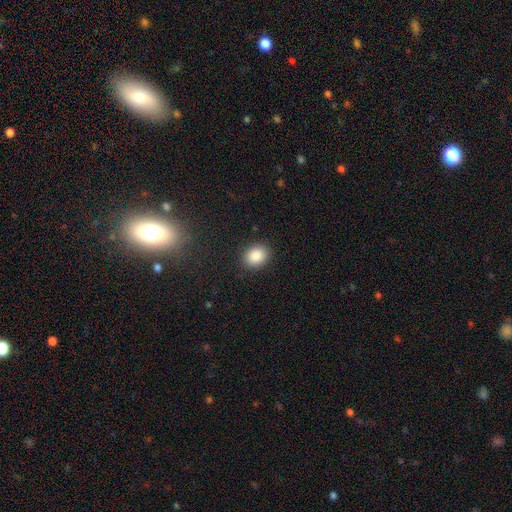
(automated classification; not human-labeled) Smooth or featured?
  - smooth: 87% *
  - star or artifact: 9%
  - featured or disk: 4%
How rounded?
  - in between: 52% *
  - round: 47%
  - cigar-shaped: 1%
Merging?
  - none: 88% *
  - minor disturbance: 8%
  - major disturbance: 3%
  - merger: 1%